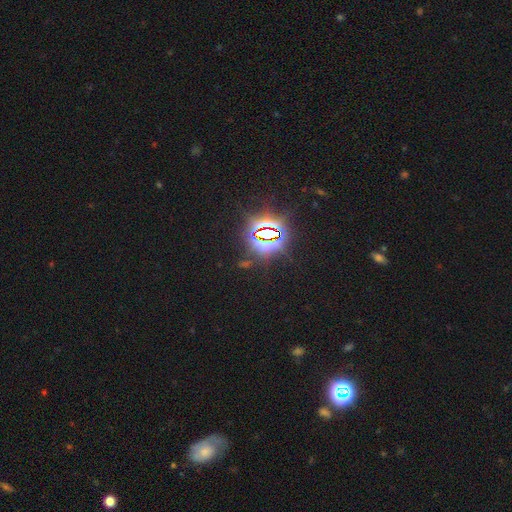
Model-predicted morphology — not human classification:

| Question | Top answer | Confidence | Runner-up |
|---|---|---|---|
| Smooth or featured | star or artifact | 83% | smooth (10%) |